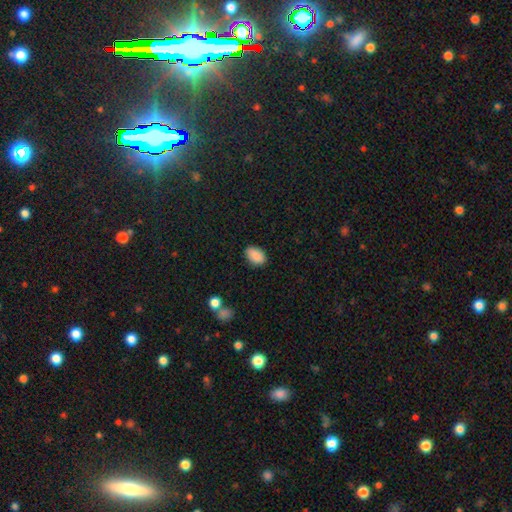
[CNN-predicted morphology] smooth_or_featured: smooth (p=0.89) [alt: star or artifact p=0.08]
how_rounded: in between (p=0.89) [alt: round p=0.10]
merging: none (p=0.84) [alt: minor disturbance p=0.12]